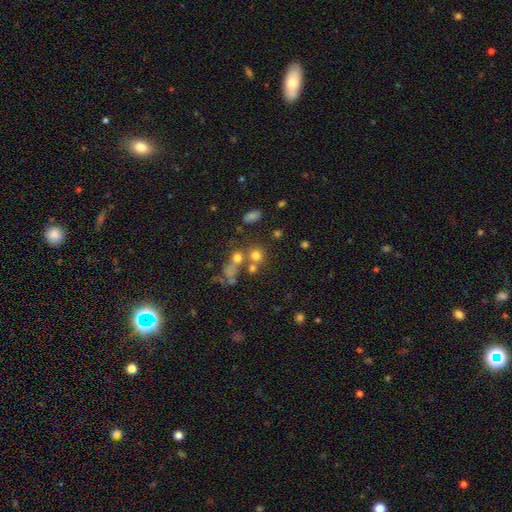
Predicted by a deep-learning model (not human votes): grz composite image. It shows a smooth galaxy with no disk features (67%) that is round (86%). Merging: none (55%).